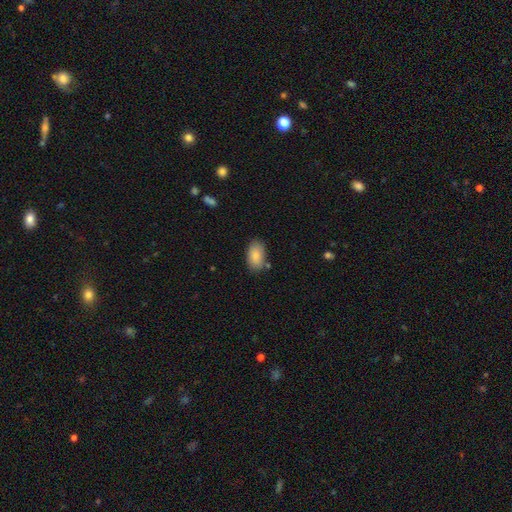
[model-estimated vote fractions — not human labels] Morphology: type=smooth (84%); roundness=in between (93%); merging=none (78%).